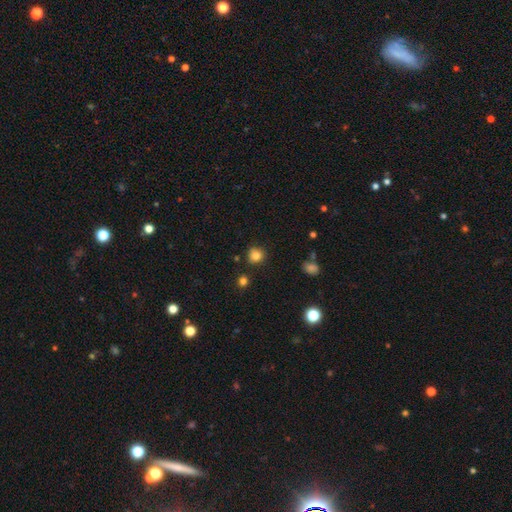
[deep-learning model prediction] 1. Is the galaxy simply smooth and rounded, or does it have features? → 83% smooth, 12% star or artifact, 5% featured or disk.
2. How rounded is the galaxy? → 88% round, 11% in between, 1% cigar-shaped.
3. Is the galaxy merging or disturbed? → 83% none, 11% minor disturbance, 3% merger, 3% major disturbance.